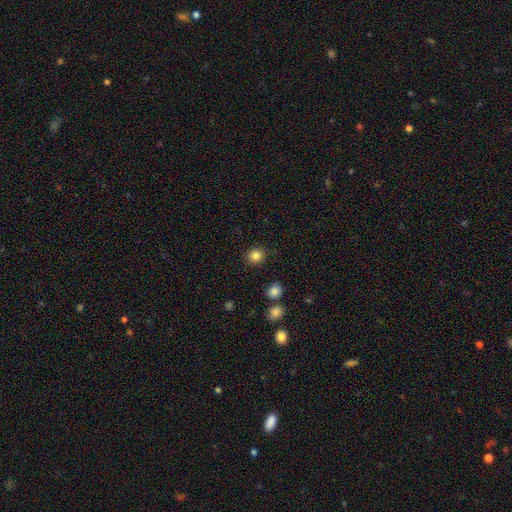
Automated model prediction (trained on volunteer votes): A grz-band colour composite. It shows a smooth galaxy with no disk features (85%) that is round (87%). Merging: none (90%).